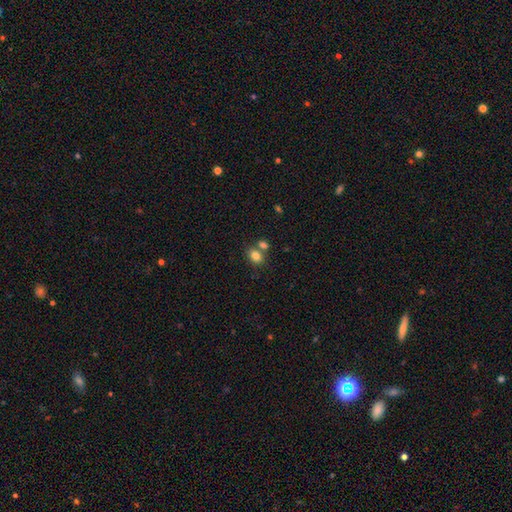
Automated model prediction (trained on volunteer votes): Q: Smooth or featured?
A: smooth (82%); runner-up: star or artifact (11%)
Q: How rounded?
A: in between (59%); runner-up: round (40%)
Q: Merging?
A: none (58%); runner-up: merger (29%)